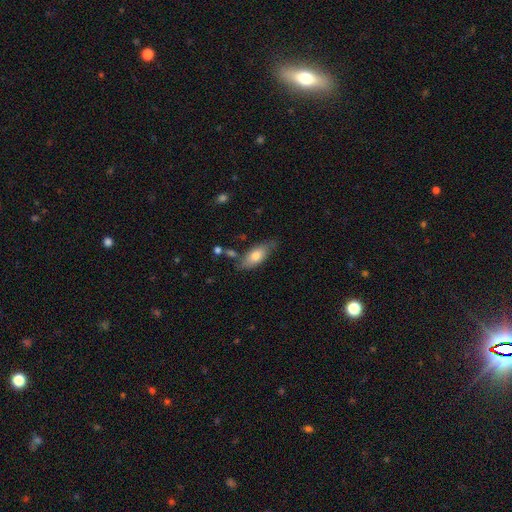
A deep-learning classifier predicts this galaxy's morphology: type=smooth (72%); roundness=in between (82%); merging=none (68%).